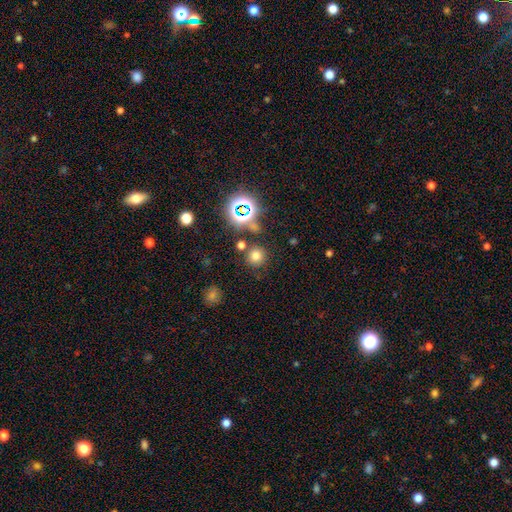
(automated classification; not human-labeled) smooth-or-featured: smooth: 68% | star or artifact: 24% | featured or disk: 8%
  how-rounded: round: 93% | in between: 6% | cigar-shaped: 1%
  merging: none: 81% | minor disturbance: 8% | merger: 7% | major disturbance: 4%